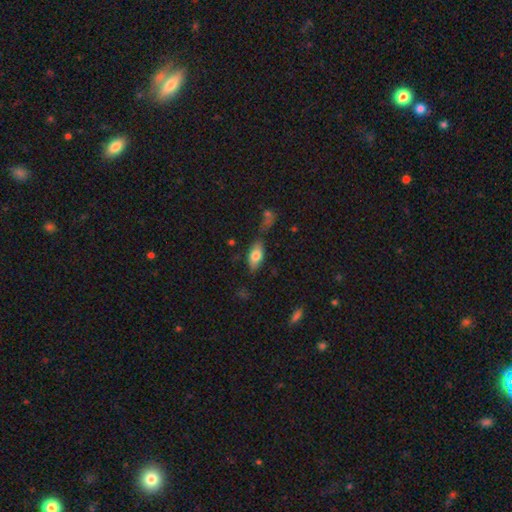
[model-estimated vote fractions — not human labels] Overall: smooth (74%). How rounded: in between (86%). Merging: none (58%; minor disturbance 22%).